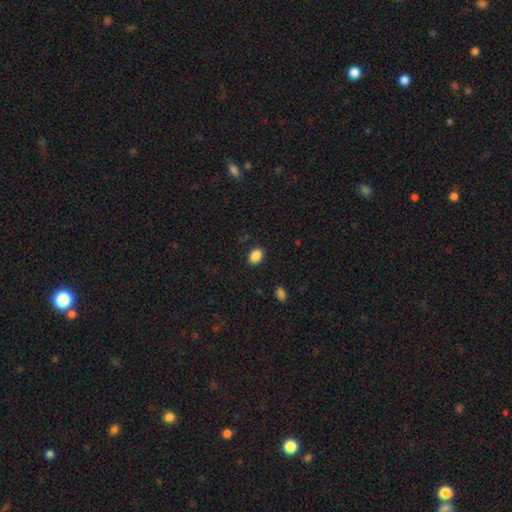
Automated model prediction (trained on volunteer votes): Smooth or featured?
  - smooth: 88% *
  - star or artifact: 9%
  - featured or disk: 3%
How rounded?
  - in between: 70% *
  - round: 29%
  - cigar-shaped: 1%
Merging?
  - none: 88% *
  - minor disturbance: 9%
  - major disturbance: 2%
  - merger: 1%